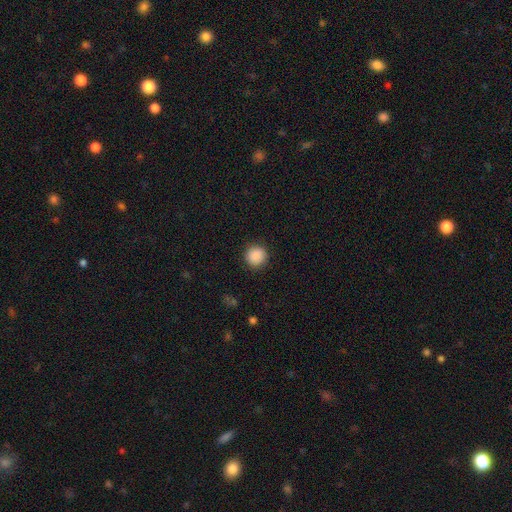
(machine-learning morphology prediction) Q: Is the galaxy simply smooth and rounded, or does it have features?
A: smooth — 88%.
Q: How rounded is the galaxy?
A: round — 94%.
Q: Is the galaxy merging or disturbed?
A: none — 91%.